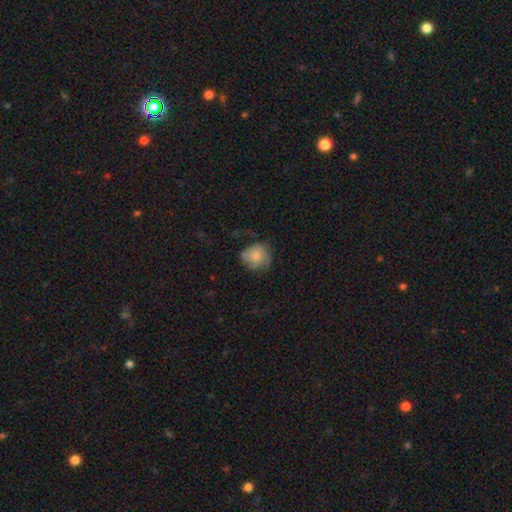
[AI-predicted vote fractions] This is likely a smooth galaxy (62%). How rounded: likely round (75%). Merging: possibly none (55%).